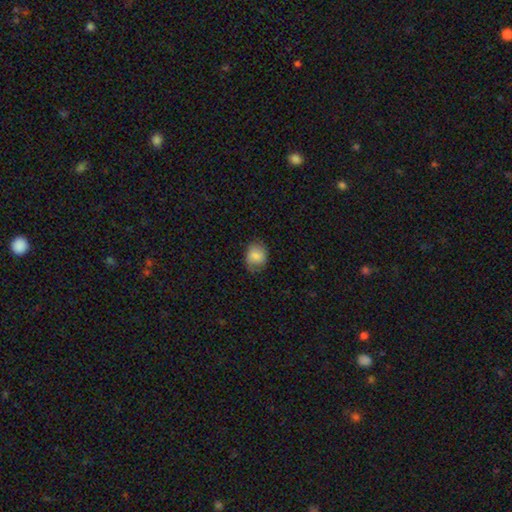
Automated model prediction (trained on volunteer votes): smooth-or-featured: smooth: 81% | featured or disk: 11% | star or artifact: 8%
  how-rounded: in between: 50% | round: 49% | cigar-shaped: 1%
  merging: none: 69% | minor disturbance: 24% | major disturbance: 6% | merger: 1%